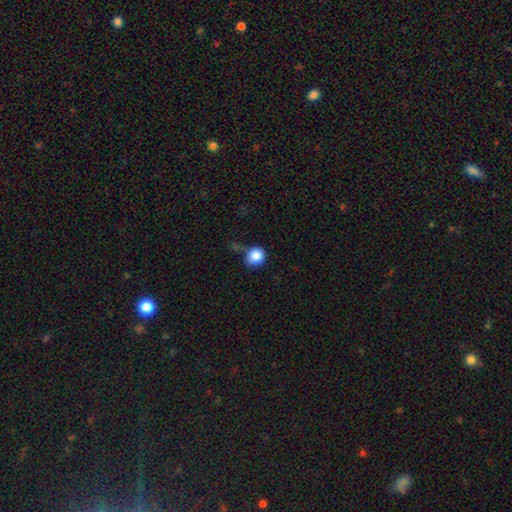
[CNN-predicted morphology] Smooth or featured? smooth (86%)
How rounded? round (82%)
Merging? none (52%)